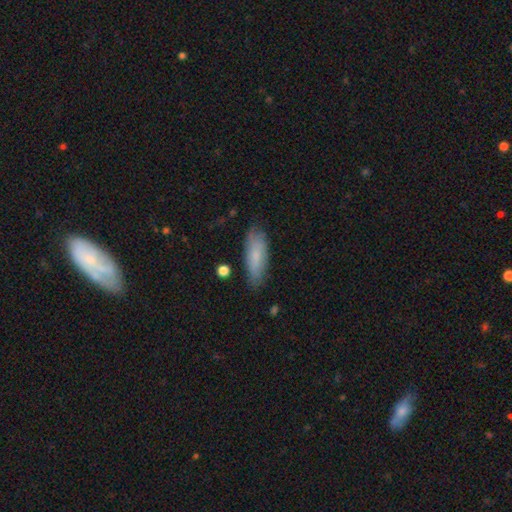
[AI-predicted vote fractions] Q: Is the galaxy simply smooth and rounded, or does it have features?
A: smooth — 75%.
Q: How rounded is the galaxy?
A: in between — 60%.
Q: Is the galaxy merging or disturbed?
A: none — 77%.